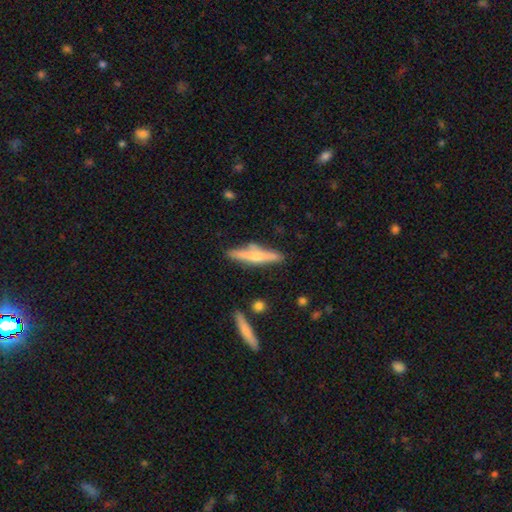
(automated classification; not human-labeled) The model was most divided on "smooth or featured": featured or disk: 54%, smooth: 40%, star or artifact: 6%. More confident: edge-on disk — yes (95%); merging — none (80%); edge-on bulge — rounded (78%).